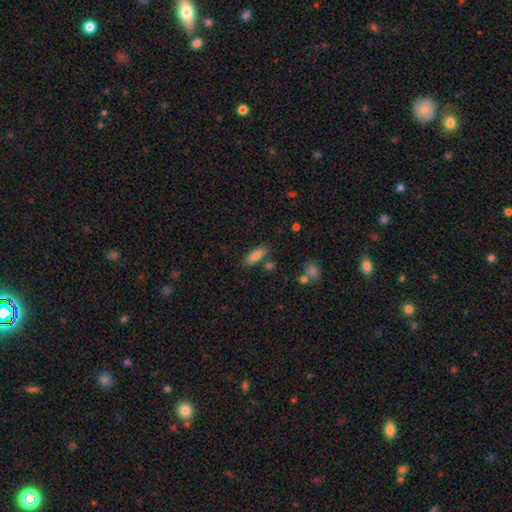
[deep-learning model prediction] Smooth or featured? smooth (83%)
How rounded? in between (61%)
Merging? none (77%)